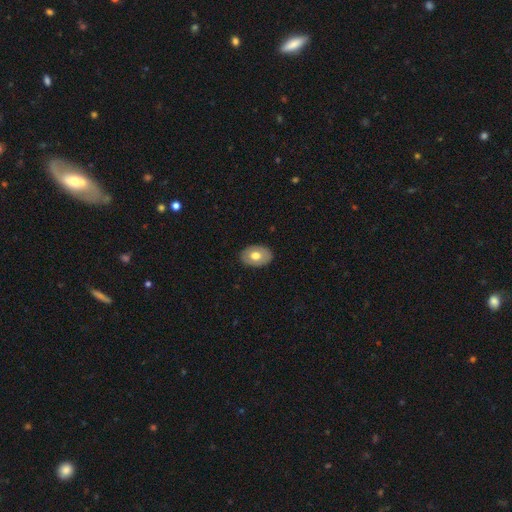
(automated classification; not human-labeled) This is likely a smooth galaxy (67%). How rounded: clearly in between (81%). Merging: clearly none (88%).